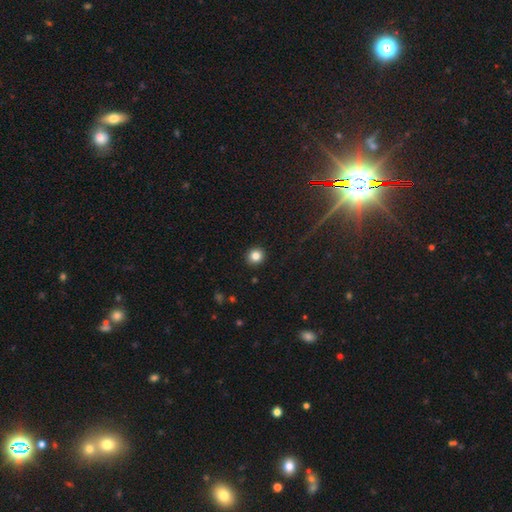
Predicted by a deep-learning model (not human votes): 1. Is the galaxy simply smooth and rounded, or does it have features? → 83% smooth, 11% star or artifact, 6% featured or disk.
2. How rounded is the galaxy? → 89% round, 10% in between, 1% cigar-shaped.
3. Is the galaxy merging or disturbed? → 92% none, 5% minor disturbance, 2% major disturbance, 1% merger.